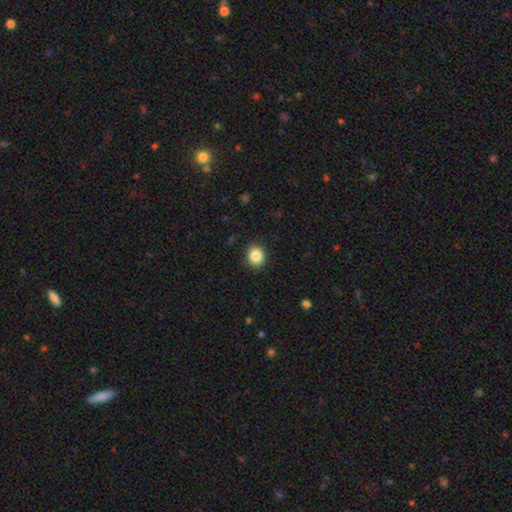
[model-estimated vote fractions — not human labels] smooth-or-featured: smooth: 86% | star or artifact: 9% | featured or disk: 5%
  how-rounded: round: 74% | in between: 25% | cigar-shaped: 1%
  merging: none: 90% | minor disturbance: 7% | major disturbance: 2% | merger: 1%